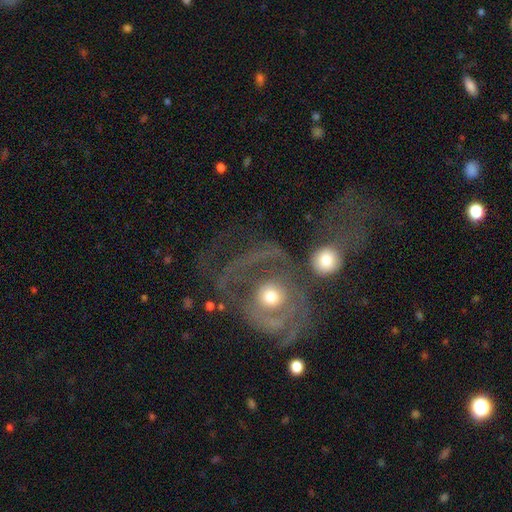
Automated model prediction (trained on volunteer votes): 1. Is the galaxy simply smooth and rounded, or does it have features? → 71% featured or disk, 19% smooth, 10% star or artifact.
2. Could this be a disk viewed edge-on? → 96% no, 4% yes.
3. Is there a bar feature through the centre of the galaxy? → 76% no, 17% weak, 7% strong.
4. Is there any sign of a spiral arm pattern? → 64% yes, 36% no.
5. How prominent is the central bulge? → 67% moderate, 21% small, 8% large, 3% none, 2% dominant.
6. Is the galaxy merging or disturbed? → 32% merger, 28% none, 27% major disturbance, 13% minor disturbance.